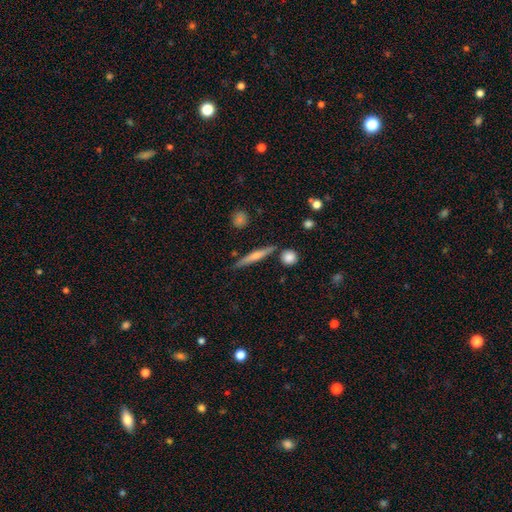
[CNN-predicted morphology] Q: Smooth or featured?
A: smooth (49%); runner-up: featured or disk (44%)
Q: Merging?
A: none (82%); runner-up: minor disturbance (11%)